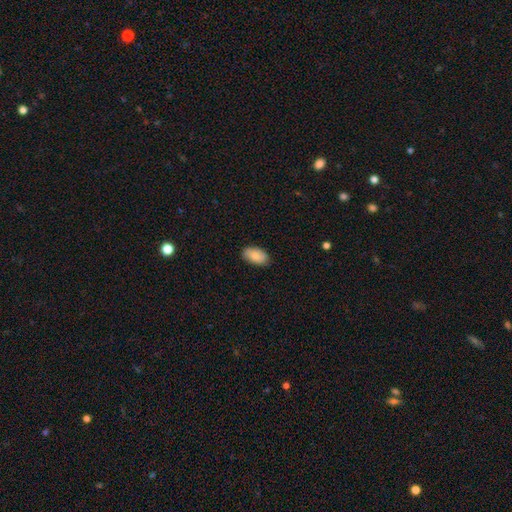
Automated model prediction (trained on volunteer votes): Q: Smooth or featured?
A: smooth (85%); runner-up: featured or disk (8%)
Q: How rounded?
A: in between (94%); runner-up: round (4%)
Q: Merging?
A: none (84%); runner-up: minor disturbance (13%)